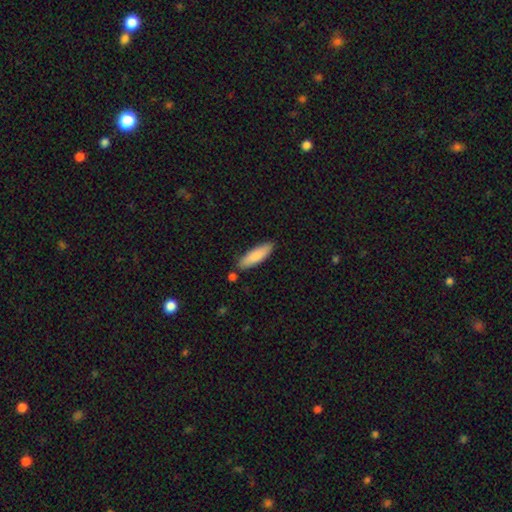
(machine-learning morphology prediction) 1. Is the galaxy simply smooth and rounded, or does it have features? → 85% smooth, 10% featured or disk, 5% star or artifact.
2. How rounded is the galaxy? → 57% cigar-shaped, 41% in between, 1% round.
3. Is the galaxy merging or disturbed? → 82% none, 12% minor disturbance, 4% merger, 2% major disturbance.